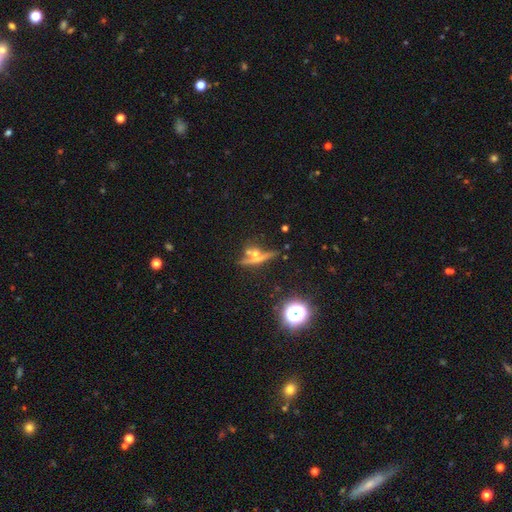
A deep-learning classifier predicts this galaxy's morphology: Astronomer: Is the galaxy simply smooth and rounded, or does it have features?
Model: featured or disk — 52% (runner-up: smooth, 29%).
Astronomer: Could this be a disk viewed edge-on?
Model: yes — 77%.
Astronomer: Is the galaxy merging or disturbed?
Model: none — 57%.